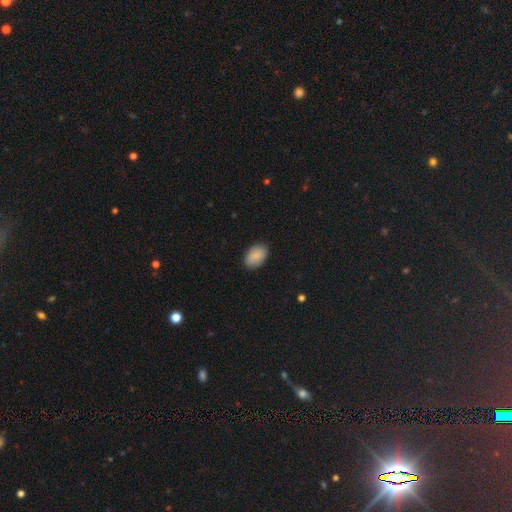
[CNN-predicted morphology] This appears to be a smooth galaxy with no disk features (89%) that is in between round and cigar-shaped (90%). Merging: none (87%).